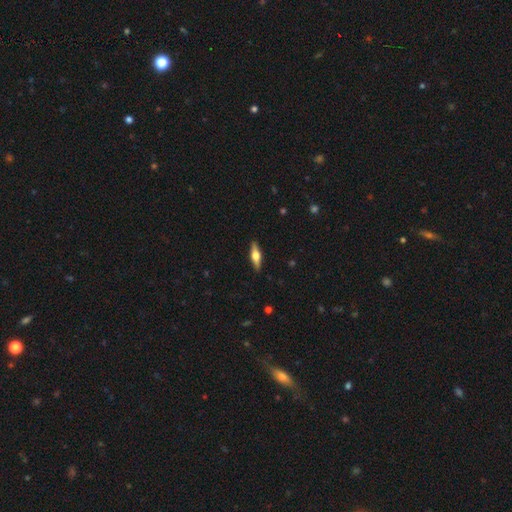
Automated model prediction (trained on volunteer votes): Morphology: type=featured or disk (58%); edge-on=yes (95%); edge-on bulge=rounded (94%); merging=none (90%).